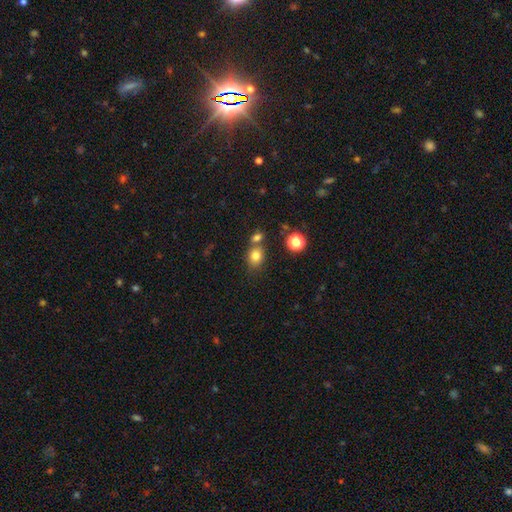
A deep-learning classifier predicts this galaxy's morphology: This is likely a smooth galaxy (79%). How rounded: possibly round (52%). Merging: possibly none (59%).